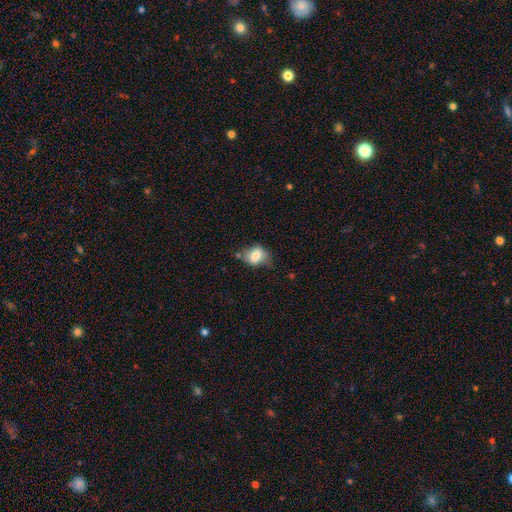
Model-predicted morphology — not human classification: This is likely a smooth galaxy (74%). How rounded: likely in between (67%). Merging: possibly none (54%).